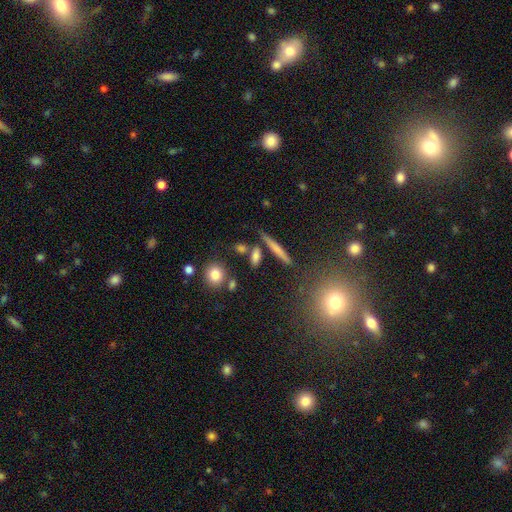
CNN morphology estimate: smooth 72%, featured or disk 17%, star or artifact 11%. Down the decision tree: how rounded — cigar-shaped (53%); merging — none (73%).